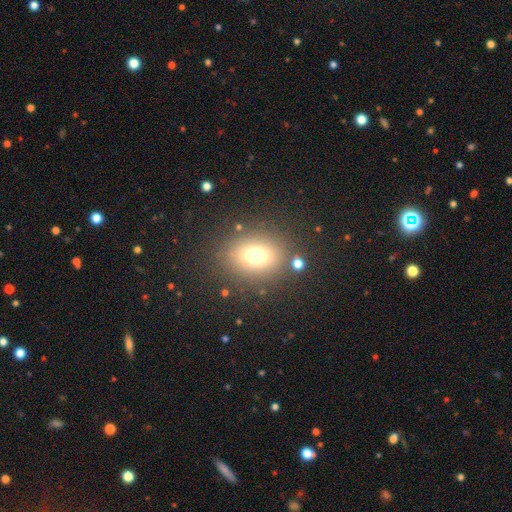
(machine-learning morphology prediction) Smooth or featured?
  - smooth: 71% *
  - star or artifact: 16%
  - featured or disk: 13%
How rounded?
  - round: 52% *
  - in between: 47%
  - cigar-shaped: 2%
Merging?
  - none: 81% *
  - minor disturbance: 10%
  - major disturbance: 5%
  - merger: 5%